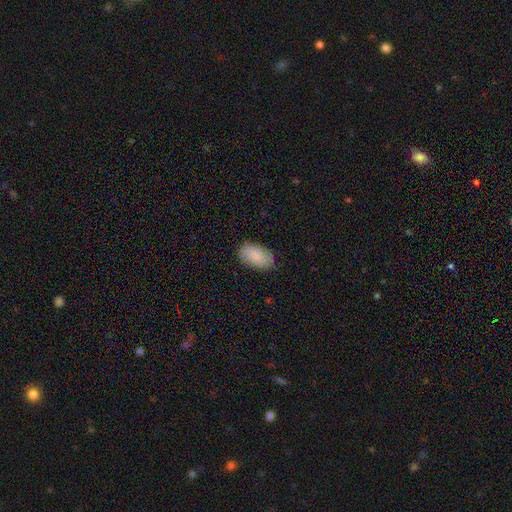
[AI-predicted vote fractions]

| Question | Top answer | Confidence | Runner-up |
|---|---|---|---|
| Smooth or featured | smooth | 87% | featured or disk (7%) |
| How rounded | in between | 94% | round (5%) |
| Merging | none | 81% | minor disturbance (15%) |